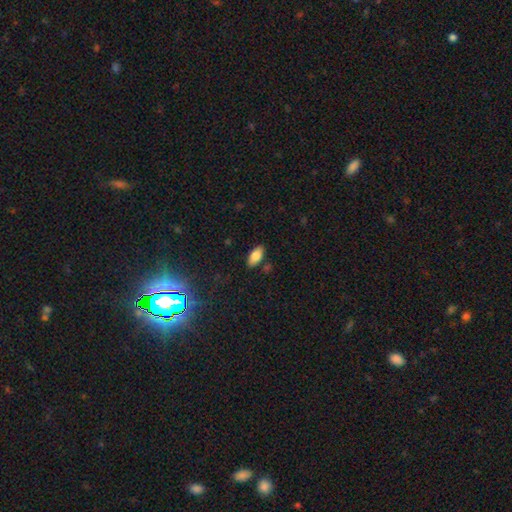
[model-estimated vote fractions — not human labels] This is clearly a smooth galaxy (80%). How rounded: clearly in between (90%). Merging: clearly none (84%).